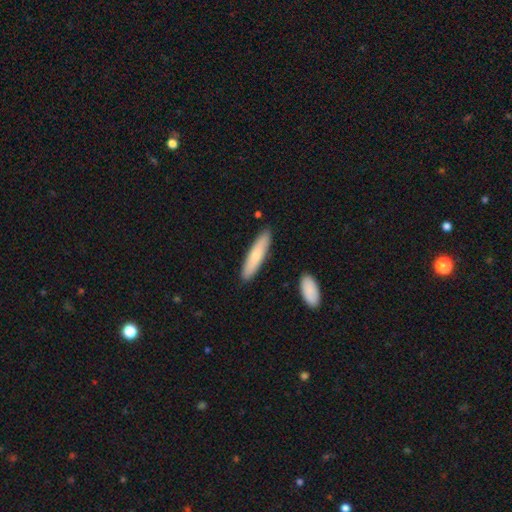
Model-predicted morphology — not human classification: A smooth galaxy with no disk features (72%) that is cigar-shaped (80%). Merging: none (88%).